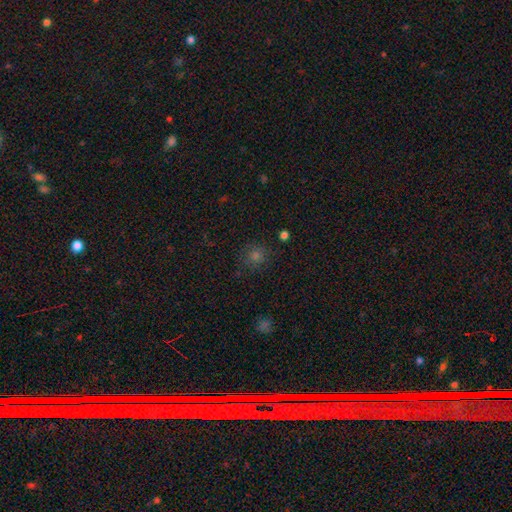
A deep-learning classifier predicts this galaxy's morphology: Smooth or featured: smooth — 64% (star or artifact — 28%)
How rounded: round — 90% (in between — 9%)
Merging: none — 86% (minor disturbance — 10%)